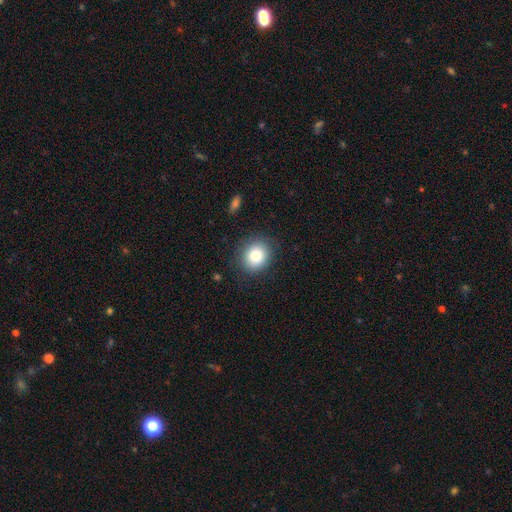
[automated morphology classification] A smooth galaxy with no disk features (81%) that is round (77%). Merging: none (87%).